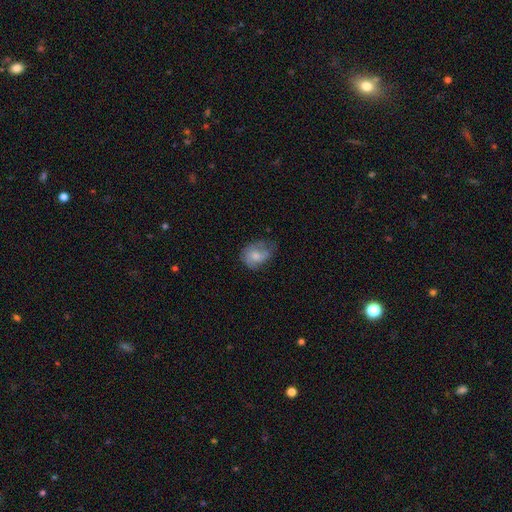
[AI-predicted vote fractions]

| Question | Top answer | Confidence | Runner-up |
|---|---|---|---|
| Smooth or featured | smooth | 57% | featured or disk (35%) |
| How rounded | in between | 65% | round (34%) |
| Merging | none | 40% | minor disturbance (36%) |